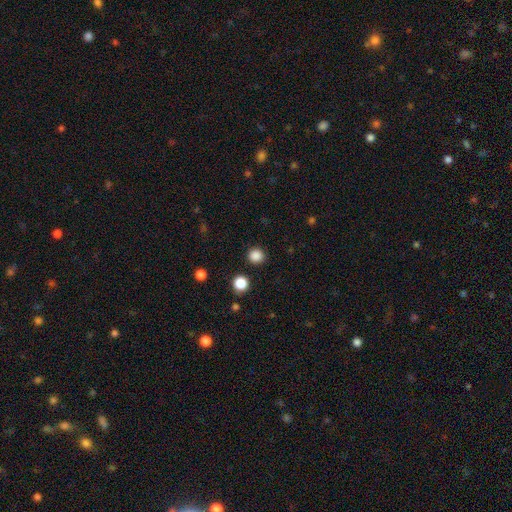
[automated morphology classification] Smooth or featured: smooth — 86% (star or artifact — 12%)
How rounded: round — 93% (in between — 6%)
Merging: none — 92% (minor disturbance — 5%)